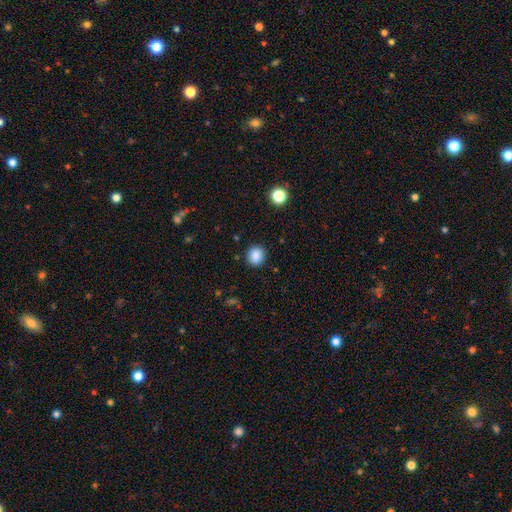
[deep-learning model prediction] A smooth galaxy with no disk features (87%) that is round (82%). Merging: none (89%).